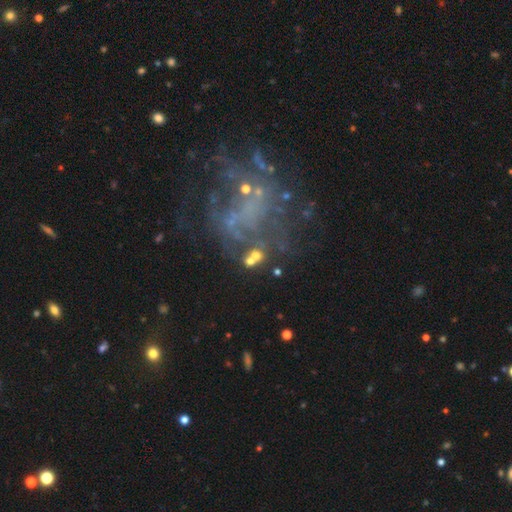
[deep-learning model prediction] smooth 46%, featured or disk 32%, star or artifact 23%. Down the decision tree: merging — none (46%).